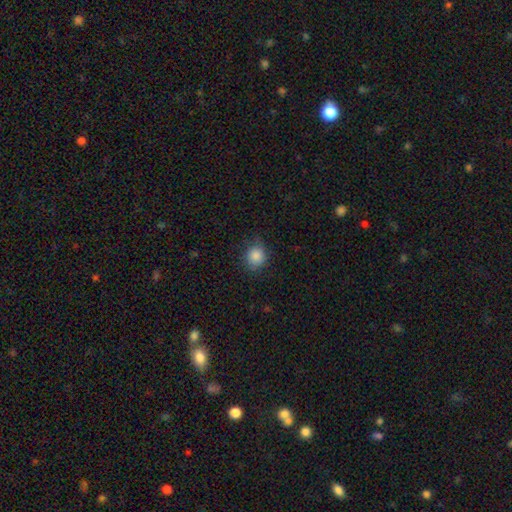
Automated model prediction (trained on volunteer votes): This appears to be a smooth galaxy with no disk features (86%) that is round (83%). Merging: none (79%).